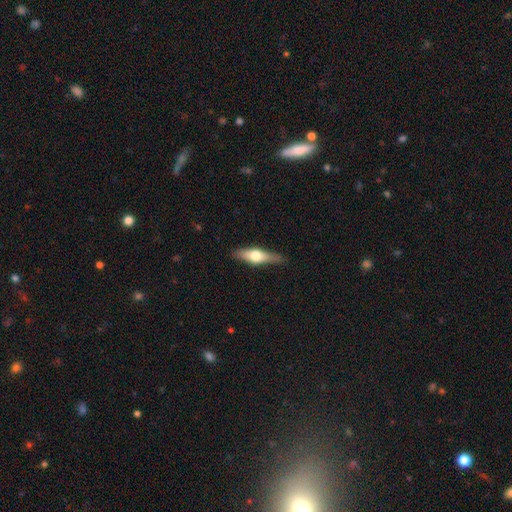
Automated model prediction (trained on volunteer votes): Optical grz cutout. It shows a featured or disk galaxy (48%). Merging: none (80%).